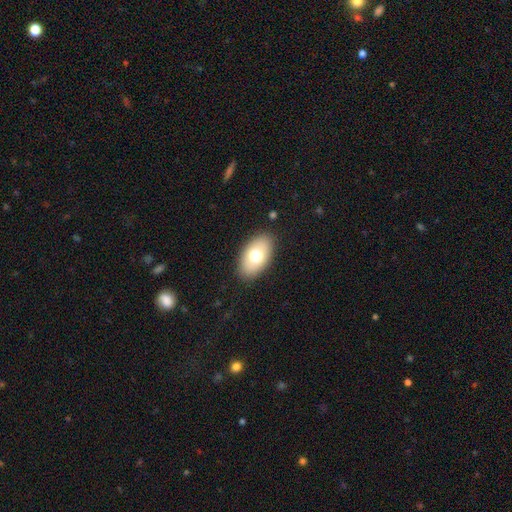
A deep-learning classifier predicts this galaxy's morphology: smooth 70%, featured or disk 23%, star or artifact 7%. Down the decision tree: how rounded — in between (93%); merging — none (86%).